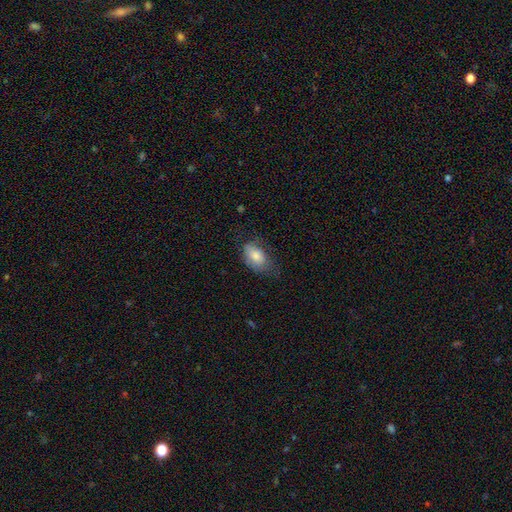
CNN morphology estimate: Overall: smooth (79%). How rounded: in between (91%). Merging: none (50%; minor disturbance 34%).